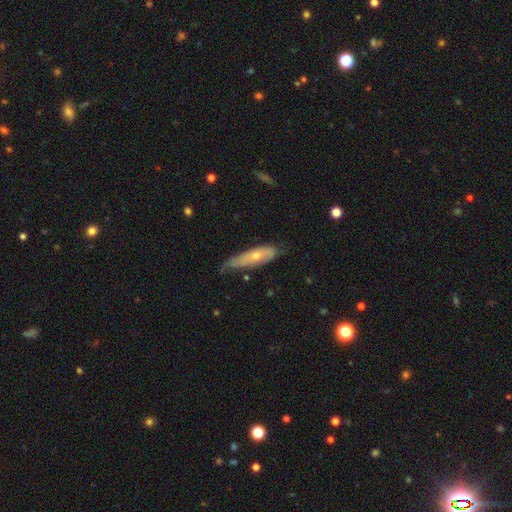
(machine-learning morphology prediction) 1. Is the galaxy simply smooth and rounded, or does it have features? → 49% featured or disk, 44% smooth, 7% star or artifact.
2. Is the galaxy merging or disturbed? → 54% none, 36% minor disturbance, 8% major disturbance, 2% merger.